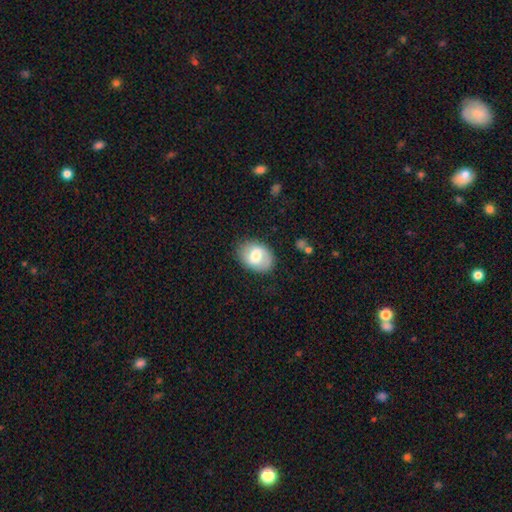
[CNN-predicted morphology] smooth 64%, featured or disk 29%, star or artifact 7%. Down the decision tree: how rounded — in between (75%); merging — none (79%).